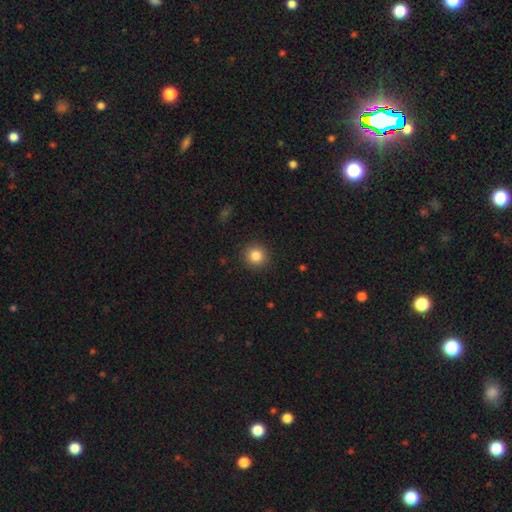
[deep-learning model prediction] This is clearly a smooth galaxy (84%). How rounded: clearly round (92%). Merging: clearly none (91%).